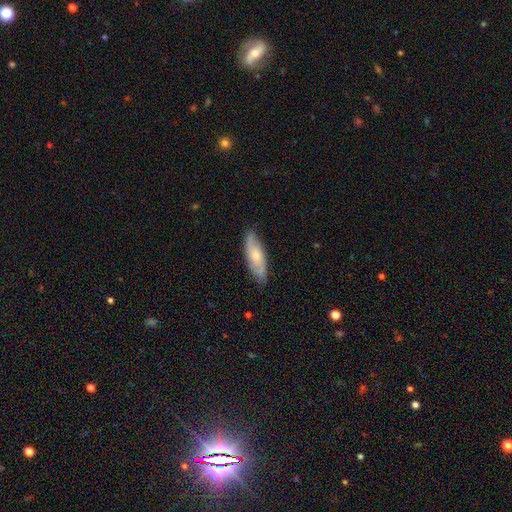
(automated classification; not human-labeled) Morphology: type=featured or disk (50%); merging=none (81%).